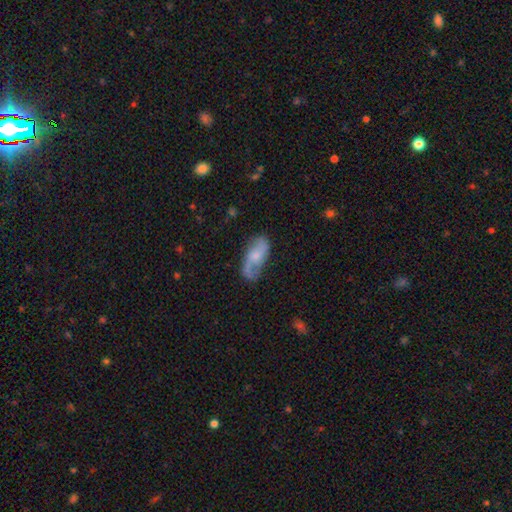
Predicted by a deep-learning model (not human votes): A featured or disk galaxy (56%) with no bar (59%), spiral arms (84%) and a moderate central bulge (41%). Merging: none (60%).